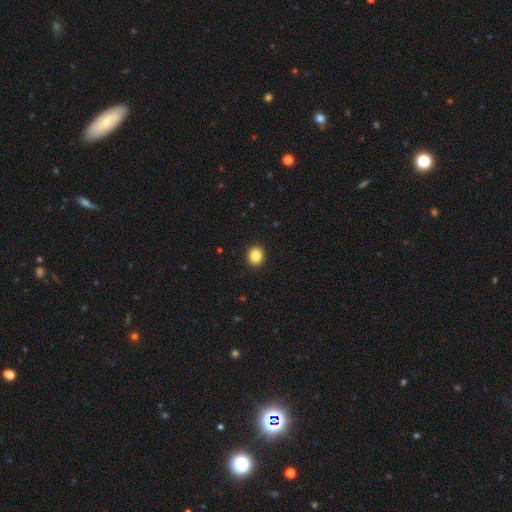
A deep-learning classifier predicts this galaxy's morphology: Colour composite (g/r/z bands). It shows a smooth galaxy with no disk features (87%) that is round (73%). Merging: none (92%).